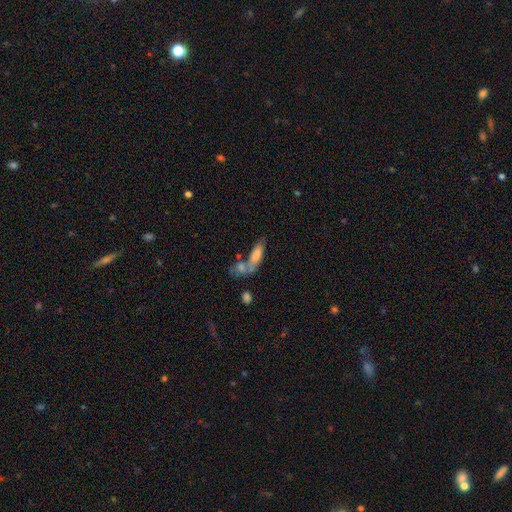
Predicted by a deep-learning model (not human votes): Q: Smooth or featured?
A: smooth (75%); runner-up: featured or disk (16%)
Q: How rounded?
A: in between (62%); runner-up: cigar-shaped (34%)
Q: Merging?
A: merger (48%); runner-up: none (30%)